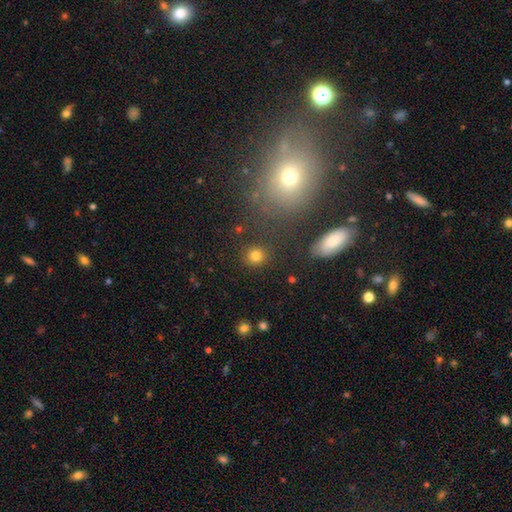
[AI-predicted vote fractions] This is clearly a smooth galaxy (81%). How rounded: clearly round (87%). Merging: clearly none (88%).